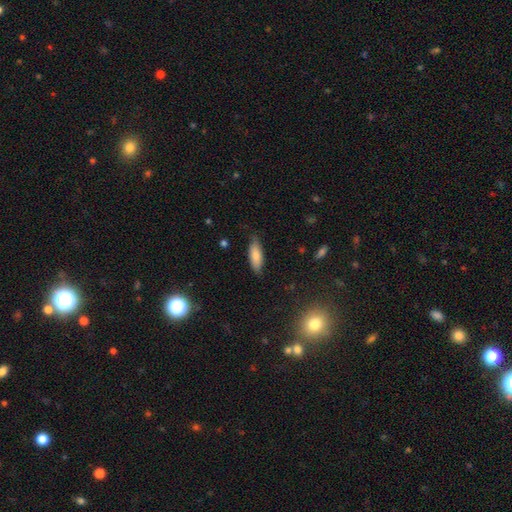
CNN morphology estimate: Smooth or featured? smooth (78%)
How rounded? in between (62%)
Merging? none (78%)